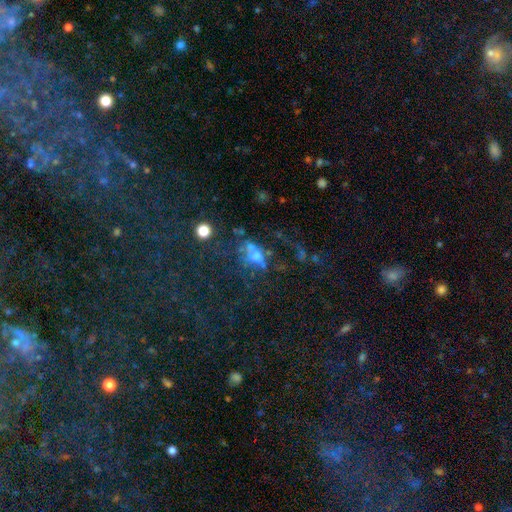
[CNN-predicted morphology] Smooth or featured?
  - featured or disk: 38% * (tied)
  - smooth: 38% * (tied)
  - star or artifact: 24%
Merging?
  - major disturbance: 36% *
  - none: 34%
  - minor disturbance: 16%
  - merger: 13%